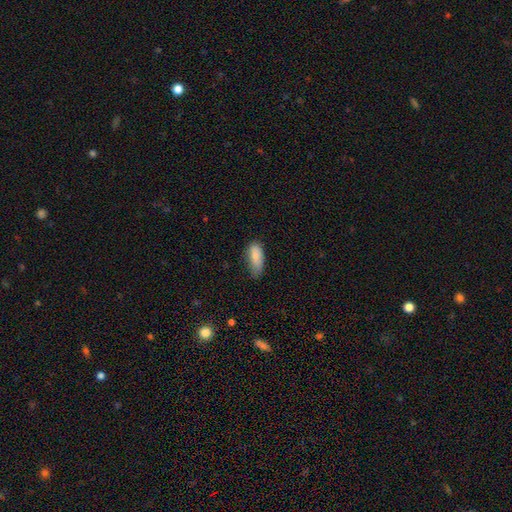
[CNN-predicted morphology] A smooth galaxy with no disk features (85%) that is in between round and cigar-shaped (83%). Merging: none (49%).